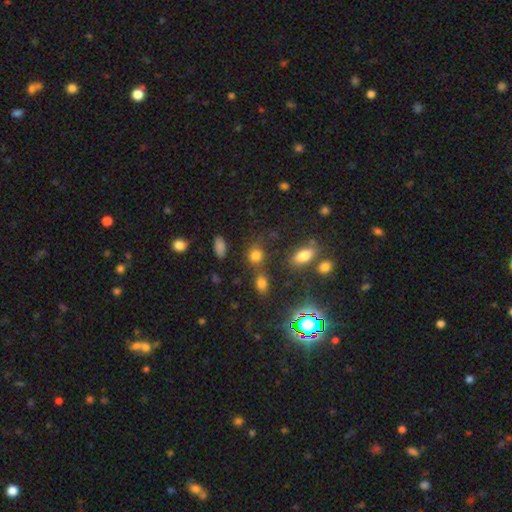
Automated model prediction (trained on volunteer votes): This is likely a smooth galaxy (75%). How rounded: likely round (68%). Merging: likely none (66%).